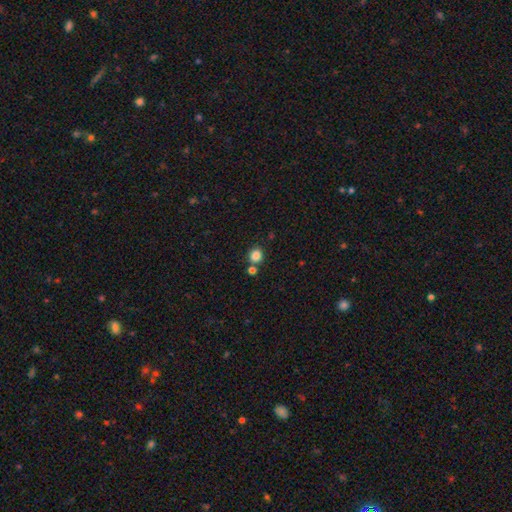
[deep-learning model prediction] Smooth or featured? smooth (84%)
How rounded? round (84%)
Merging? none (73%)